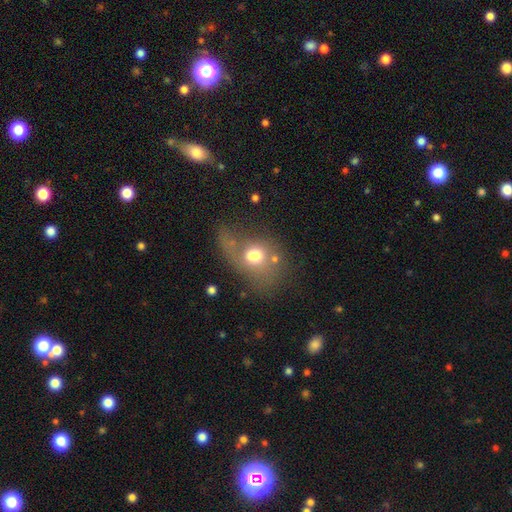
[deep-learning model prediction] Morphology: type=smooth (63%); roundness=in between (54%); merging=none (34%).